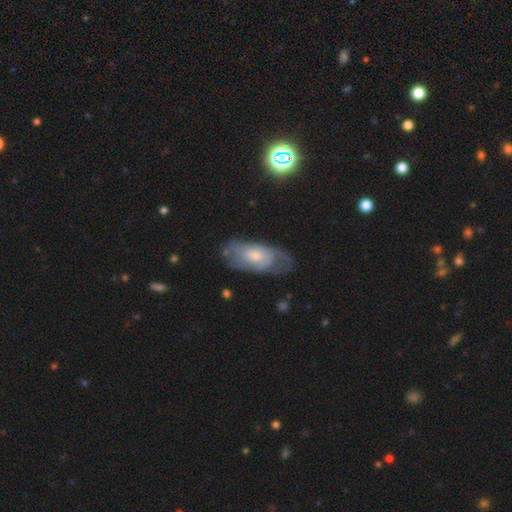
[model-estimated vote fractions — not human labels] Overall: featured or disk (56%; smooth 37%). Edge-on disk: no (90%). Bar: no (74%). Spiral arms: yes (72%). Bulge size: moderate (49%; small 37%). Merging: none (53%; minor disturbance 28%).